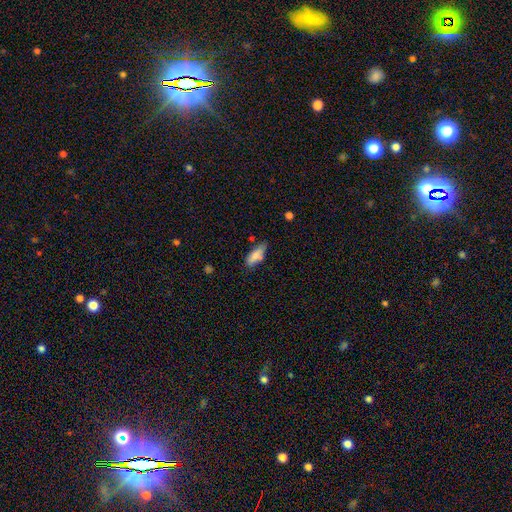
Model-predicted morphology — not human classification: smooth_or_featured: smooth (p=0.80) [alt: featured or disk p=0.13]
how_rounded: in between (p=0.70) [alt: cigar-shaped p=0.27]
merging: none (p=0.60) [alt: minor disturbance p=0.28]